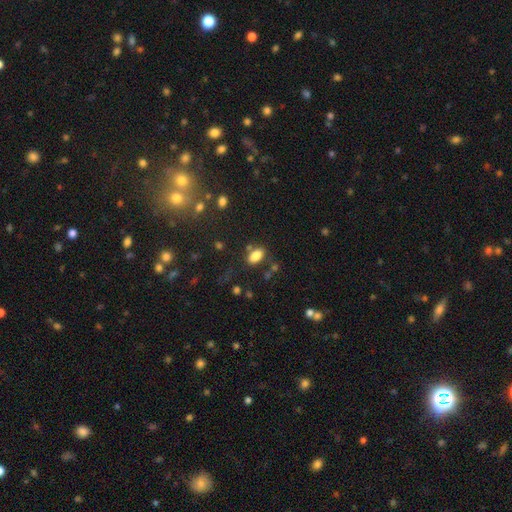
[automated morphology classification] The model was most divided on "merging": none: 75%, minor disturbance: 13%, merger: 8%, major disturbance: 5%. More confident: how rounded — in between (91%); smooth or featured — smooth (84%).